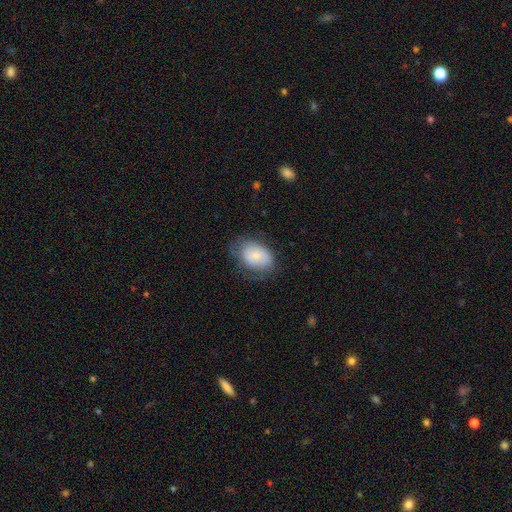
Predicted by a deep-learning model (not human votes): smooth_or_featured: smooth (p=0.75) [alt: featured or disk p=0.18]
how_rounded: in between (p=0.82) [alt: round p=0.17]
merging: none (p=0.60) [alt: minor disturbance p=0.27]